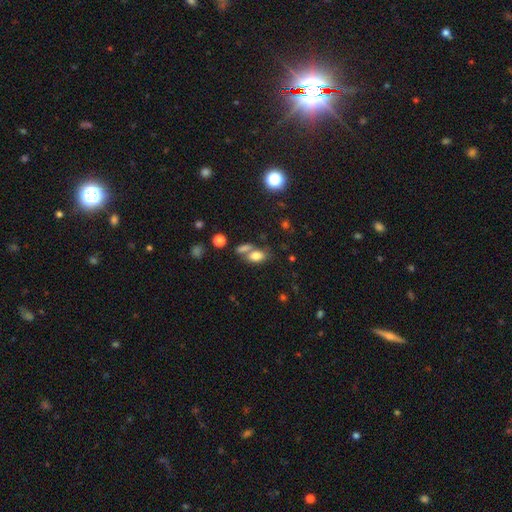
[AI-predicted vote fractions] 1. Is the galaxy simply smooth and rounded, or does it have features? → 78% smooth, 11% star or artifact, 11% featured or disk.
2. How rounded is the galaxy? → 83% in between, 13% round, 3% cigar-shaped.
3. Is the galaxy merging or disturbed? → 46% none, 36% merger, 12% minor disturbance, 6% major disturbance.